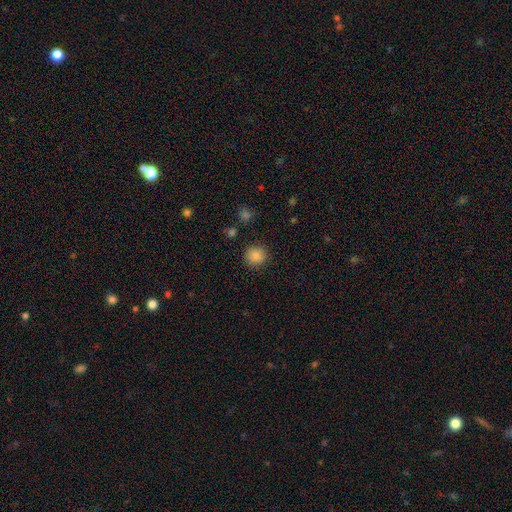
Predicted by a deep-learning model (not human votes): Overall: smooth (86%). How rounded: round (92%). Merging: none (89%).